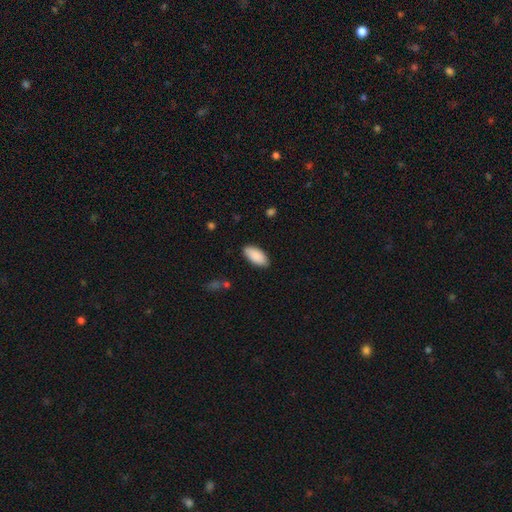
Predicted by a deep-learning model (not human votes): This is clearly a smooth galaxy (90%). How rounded: clearly in between (92%). Merging: clearly none (87%).